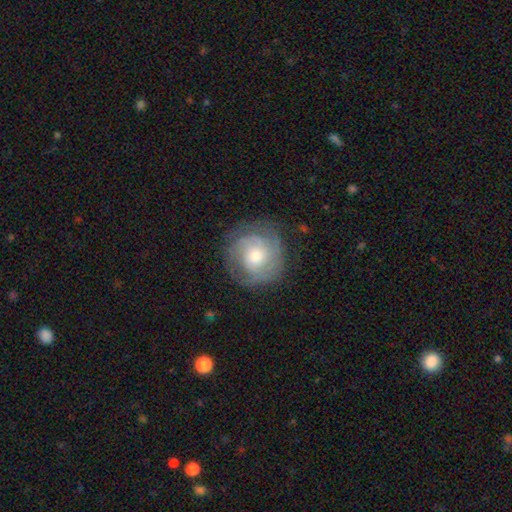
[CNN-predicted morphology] Q: Smooth or featured?
A: featured or disk (61%); runner-up: smooth (33%)
Q: Edge-on disk?
A: no (97%); runner-up: yes (3%)
Q: Bar?
A: no (77%); runner-up: weak (20%)
Q: Spiral arms?
A: yes (81%); runner-up: no (19%)
Q: Bulge size?
A: moderate (63%); runner-up: small (23%)
Q: Merging?
A: none (75%); runner-up: minor disturbance (16%)